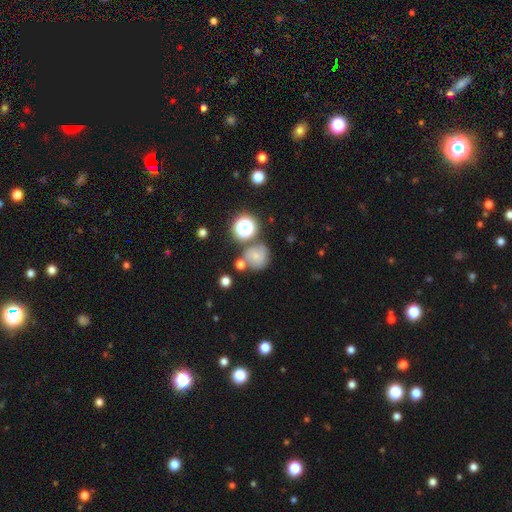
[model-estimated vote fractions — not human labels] Overall: smooth (58%; featured or disk 21%). How rounded: round (86%). Merging: none (60%).